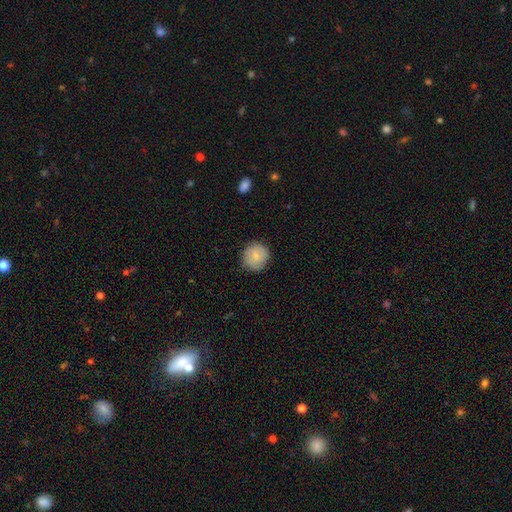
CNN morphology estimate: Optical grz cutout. It shows a smooth galaxy with no disk features (76%) that is round (91%). Merging: none (83%).